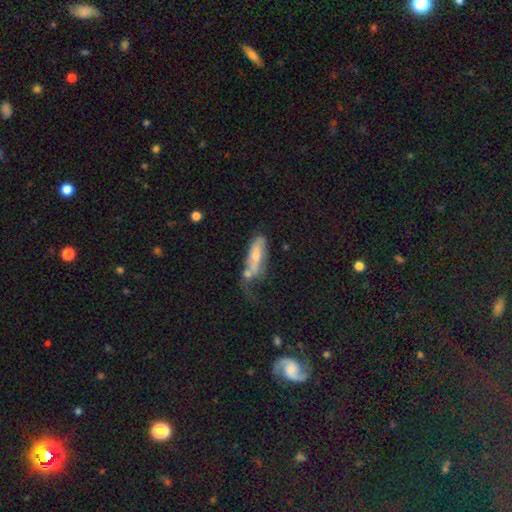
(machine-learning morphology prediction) type=smooth (50%); roundness=in between (59%); merging=merger (27%).